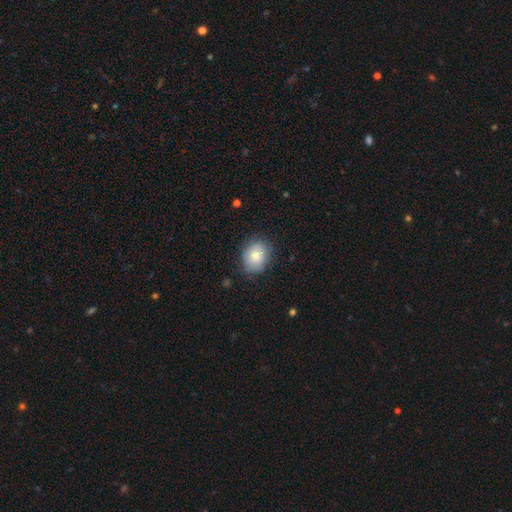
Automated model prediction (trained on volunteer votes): Overall: smooth (80%). How rounded: round (51%; in between 48%). Merging: none (80%).